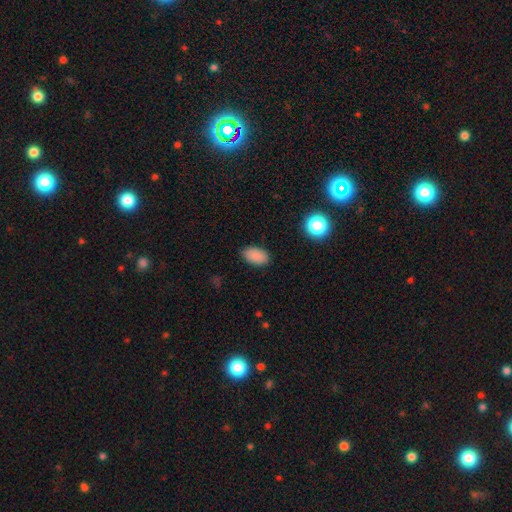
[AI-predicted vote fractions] smooth_or_featured: smooth (p=0.87) [alt: star or artifact p=0.09]
how_rounded: in between (p=0.93) [alt: round p=0.06]
merging: none (p=0.86) [alt: minor disturbance p=0.10]